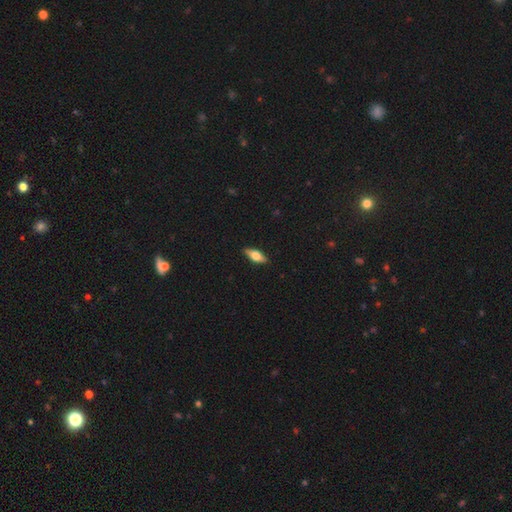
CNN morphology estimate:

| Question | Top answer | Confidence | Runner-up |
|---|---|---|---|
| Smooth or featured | smooth | 53% | featured or disk (40%) |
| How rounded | in between | 67% | cigar-shaped (29%) |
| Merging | none | 88% | minor disturbance (9%) |